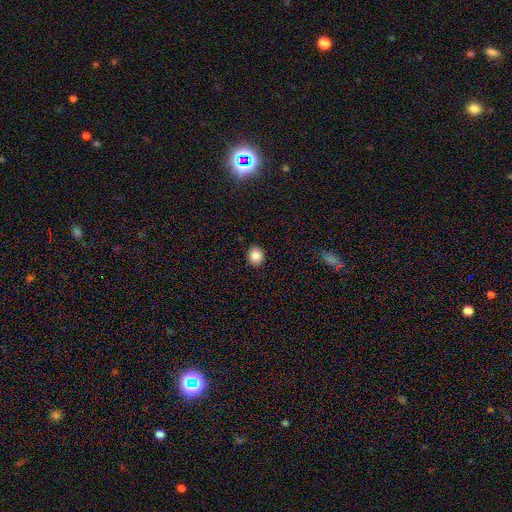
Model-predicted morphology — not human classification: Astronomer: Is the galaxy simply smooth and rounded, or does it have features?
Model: smooth — 87%.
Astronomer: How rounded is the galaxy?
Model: round — 76%.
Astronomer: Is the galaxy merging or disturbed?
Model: none — 91%.